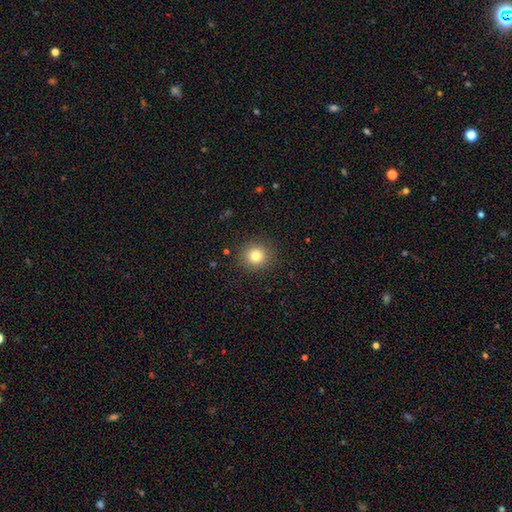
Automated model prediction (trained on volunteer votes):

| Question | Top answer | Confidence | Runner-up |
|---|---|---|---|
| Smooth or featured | smooth | 80% | star or artifact (12%) |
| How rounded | round | 91% | in between (8%) |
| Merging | none | 90% | minor disturbance (7%) |